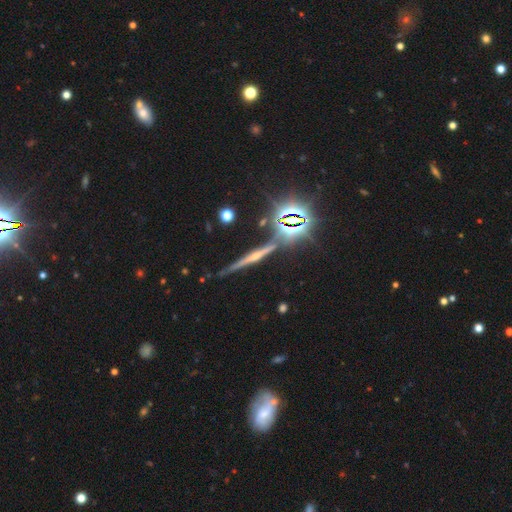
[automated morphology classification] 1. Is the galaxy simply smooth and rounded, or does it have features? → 55% featured or disk, 29% star or artifact, 16% smooth.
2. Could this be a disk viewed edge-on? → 94% yes, 6% no.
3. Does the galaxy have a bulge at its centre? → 71% rounded, 17% none, 11% boxy.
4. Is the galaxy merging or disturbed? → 81% none, 11% minor disturbance, 5% merger, 3% major disturbance.